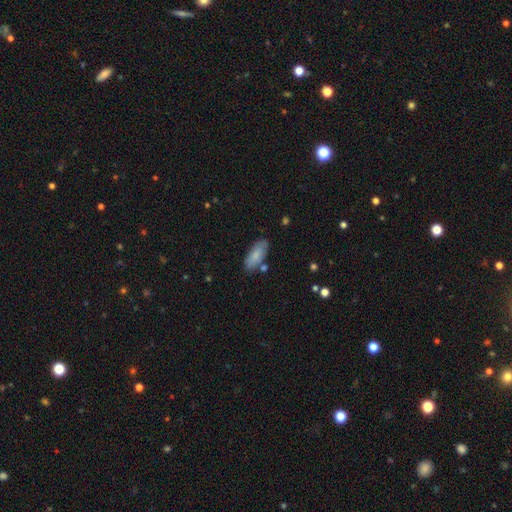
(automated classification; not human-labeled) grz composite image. It shows a smooth galaxy with no disk features (81%) that is in between round and cigar-shaped (77%). Merging: none (78%).